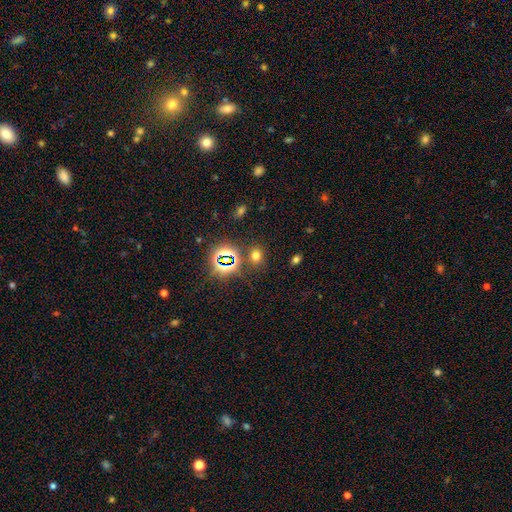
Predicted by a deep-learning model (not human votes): Q: Smooth or featured?
A: smooth (61%); runner-up: star or artifact (32%)
Q: How rounded?
A: round (58%); runner-up: in between (40%)
Q: Merging?
A: none (81%); runner-up: minor disturbance (10%)